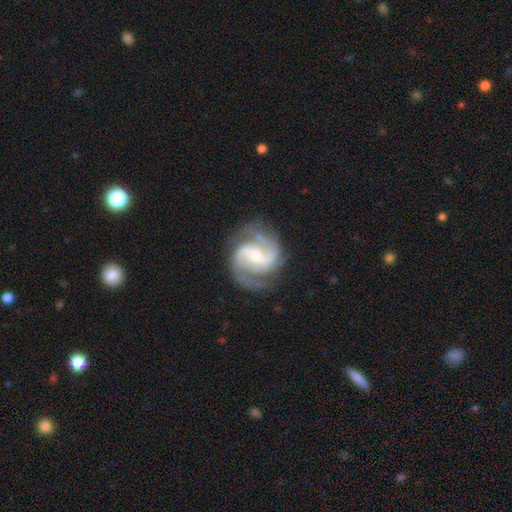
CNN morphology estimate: smooth_or_featured: featured or disk (p=0.91) [alt: star or artifact p=0.05]
disk_edge_on: no (p=0.98) [alt: yes p=0.02]
bar: weak (p=0.48) [alt: strong p=0.28]
has_spiral_arms: yes (p=0.98) [alt: no p=0.02]
spiral_winding: medium (p=0.58) [alt: tight p=0.27]
spiral_arm_count: 2 (p=0.80) [alt: 3 p=0.10]
bulge_size: small (p=0.49) [alt: moderate p=0.46]
merging: none (p=0.78) [alt: minor disturbance p=0.14]